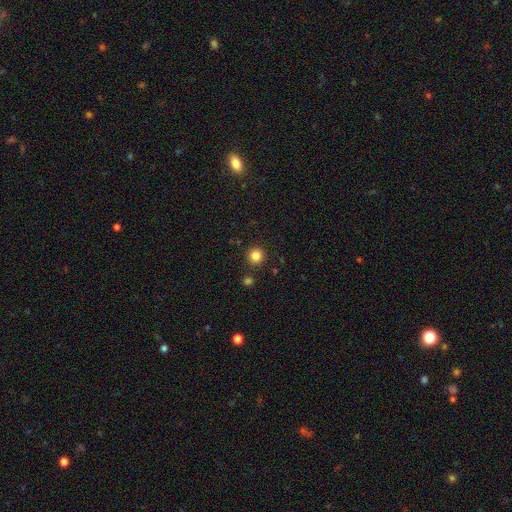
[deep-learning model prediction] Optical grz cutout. It shows a smooth galaxy with no disk features (83%) that is round (94%). Merging: none (89%).